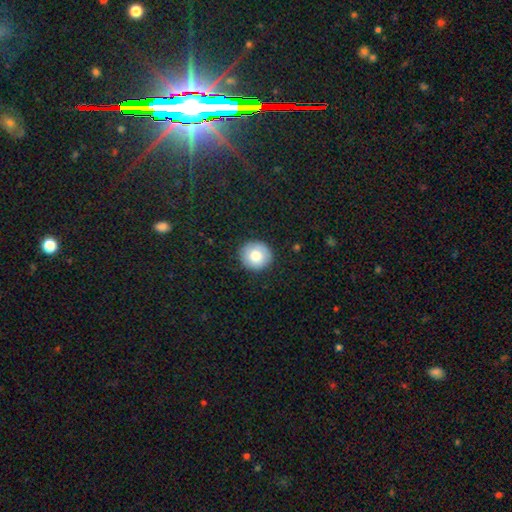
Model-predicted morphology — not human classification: type=smooth (80%); roundness=round (91%); merging=none (89%).